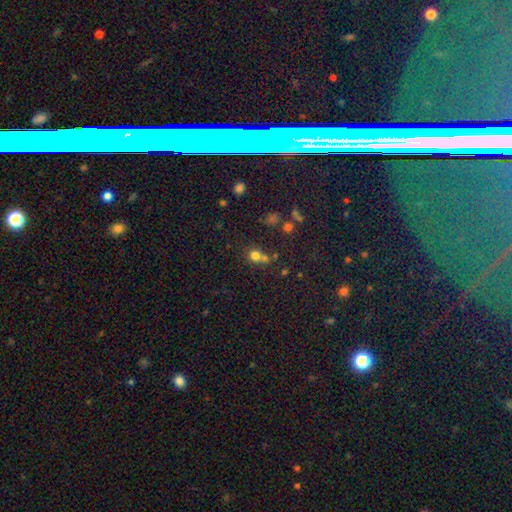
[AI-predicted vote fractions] A smooth galaxy with no disk features (73%) that is round (80%). Merging: none (47%).